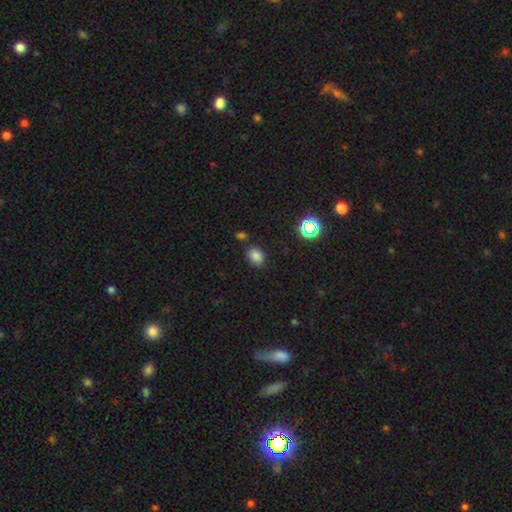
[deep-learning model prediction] Smooth or featured: smooth — 79% (star or artifact — 16%)
How rounded: in between — 59% (round — 40%)
Merging: none — 77% (minor disturbance — 12%)